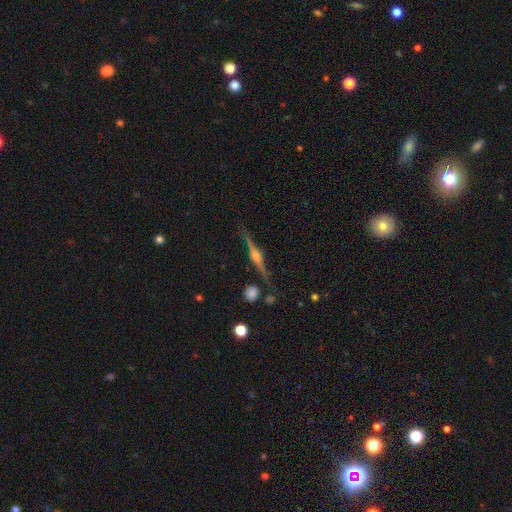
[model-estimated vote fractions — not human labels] Overall: featured or disk (84%). Edge-on disk: yes (98%). Edge-on bulge: rounded (92%). Merging: none (84%).